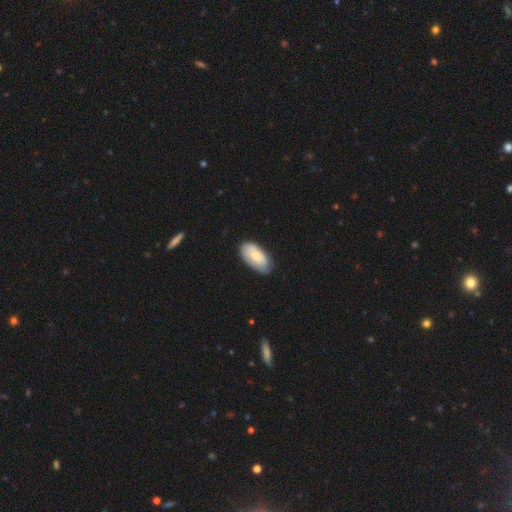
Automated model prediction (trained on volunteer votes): smooth_or_featured: smooth (p=0.67) [alt: featured or disk p=0.27]
how_rounded: in between (p=0.94) [alt: round p=0.03]
merging: none (p=0.77) [alt: minor disturbance p=0.19]